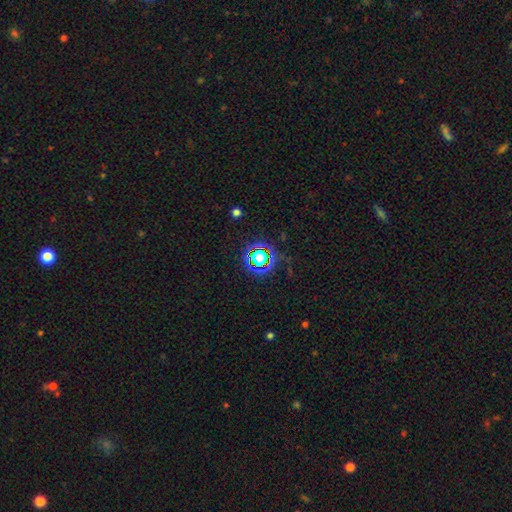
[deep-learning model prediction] The model was most divided on "smooth or featured": star or artifact: 69%, smooth: 20%, featured or disk: 11%.